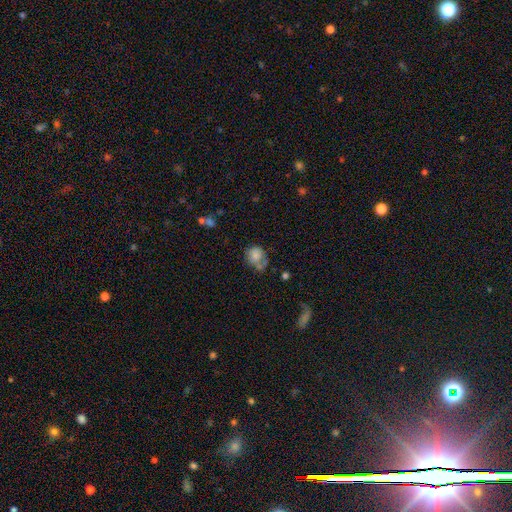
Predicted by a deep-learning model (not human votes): Smooth or featured? Predicted: smooth (p=0.77). How rounded? Predicted: round (p=0.75). Merging? Predicted: none (p=0.41).